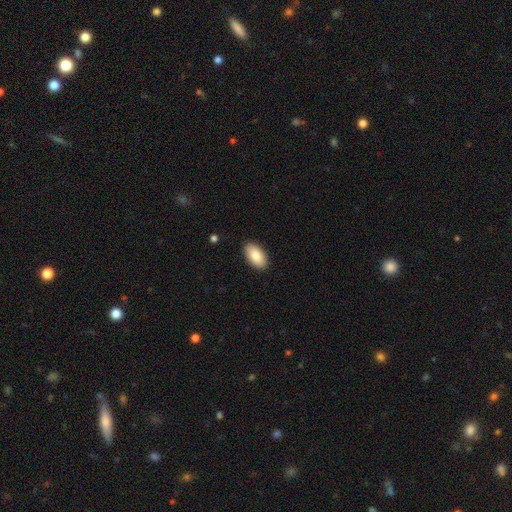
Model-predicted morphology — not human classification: type=smooth (85%); roundness=in between (95%); merging=none (90%).